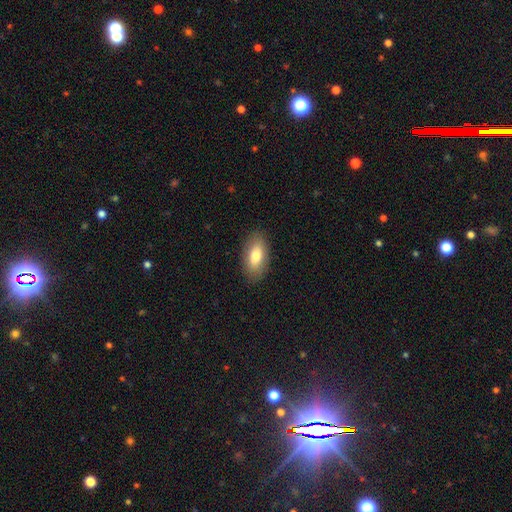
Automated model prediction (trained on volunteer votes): A smooth galaxy with no disk features (77%) that is in between round and cigar-shaped (91%). Merging: none (86%).